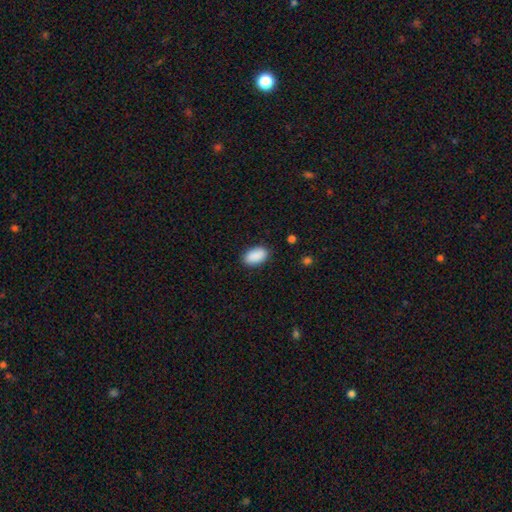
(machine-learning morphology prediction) smooth_or_featured: smooth (p=0.91) [alt: star or artifact p=0.06]
how_rounded: in between (p=0.94) [alt: round p=0.04]
merging: none (p=0.88) [alt: minor disturbance p=0.09]